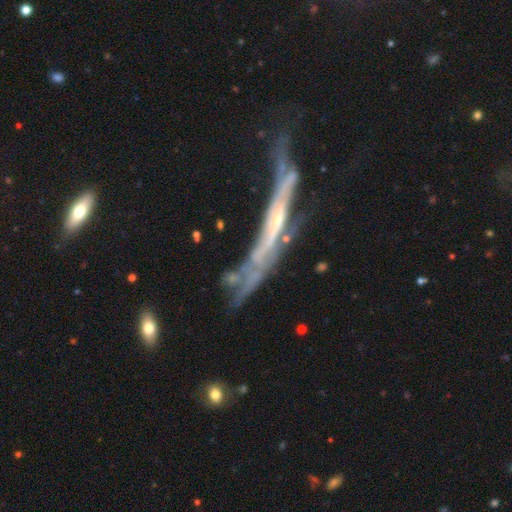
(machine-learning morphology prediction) The model was most divided on "merging": none: 34%, major disturbance: 31%, minor disturbance: 24%, merger: 11%. More confident: smooth or featured — featured or disk (73%); edge-on disk — yes (72%); edge-on bulge — none (58%).